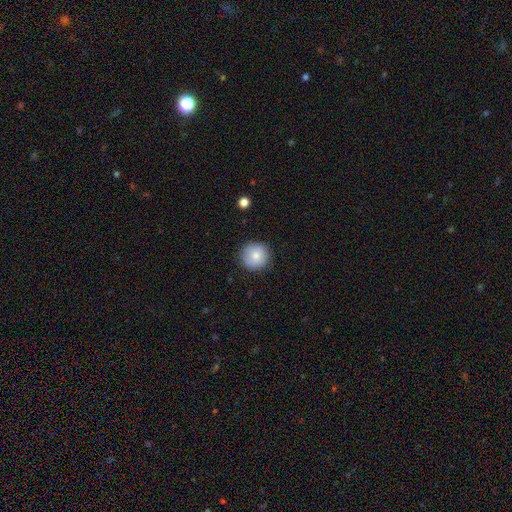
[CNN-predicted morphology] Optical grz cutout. It shows a smooth galaxy with no disk features (79%) that is round (95%). Merging: none (87%).